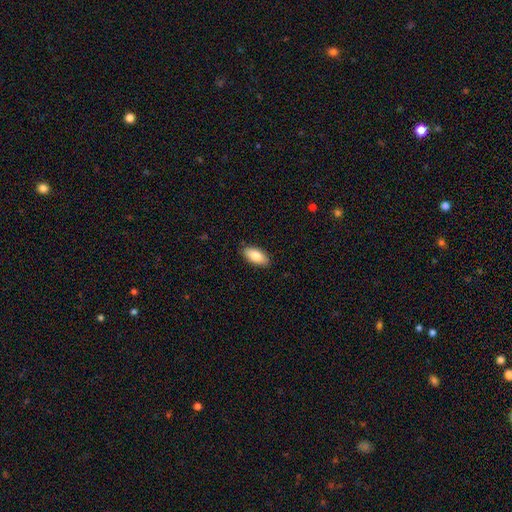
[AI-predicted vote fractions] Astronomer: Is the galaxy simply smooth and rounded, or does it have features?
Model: smooth — 83%.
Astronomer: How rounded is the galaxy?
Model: in between — 91%.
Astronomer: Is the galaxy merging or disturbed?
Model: none — 88%.